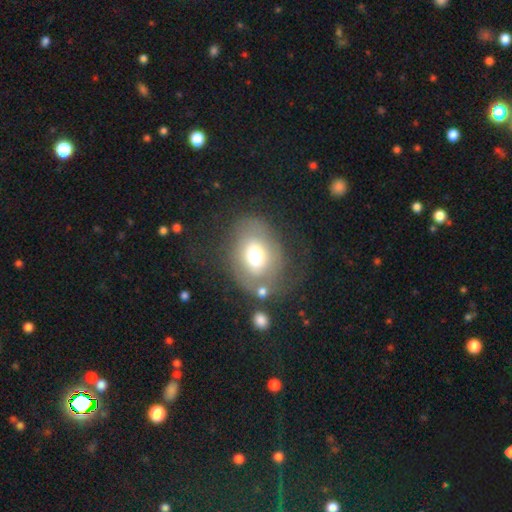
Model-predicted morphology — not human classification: smooth_or_featured: smooth (p=0.56) [alt: featured or disk p=0.33]
how_rounded: in between (p=0.59) [alt: round p=0.40]
merging: none (p=0.53) [alt: minor disturbance p=0.20]